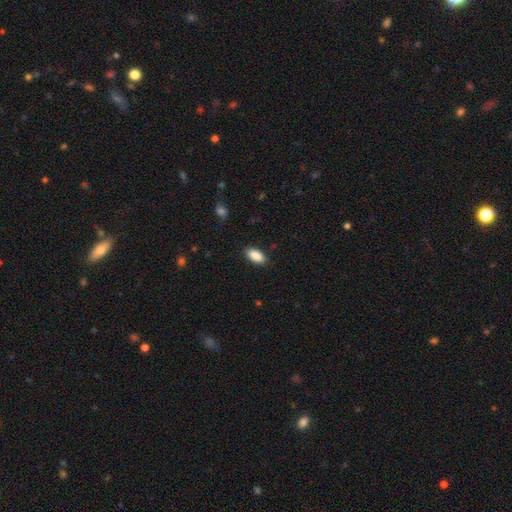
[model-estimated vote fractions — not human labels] smooth 90%, star or artifact 7%, featured or disk 3%. Down the decision tree: how rounded — in between (92%); merging — none (87%).